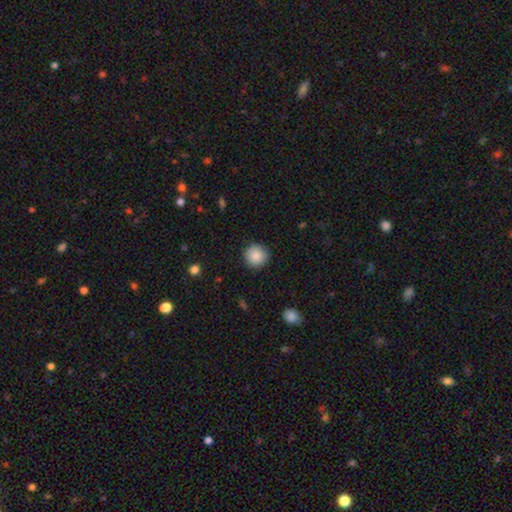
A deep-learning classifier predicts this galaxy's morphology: smooth 88%, star or artifact 8%, featured or disk 5%. Down the decision tree: how rounded — round (94%); merging — none (90%).